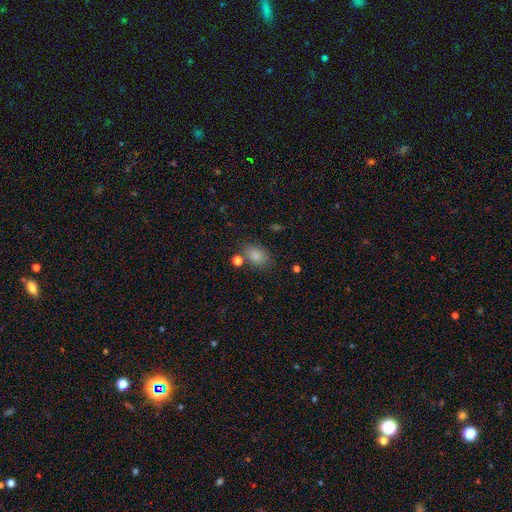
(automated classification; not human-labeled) This is clearly a smooth galaxy (84%). How rounded: likely in between (79%). Merging: likely none (73%).